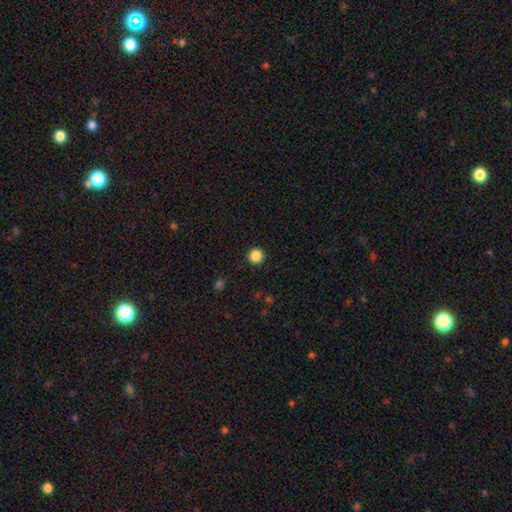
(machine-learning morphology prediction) Smooth or featured? Predicted: smooth (p=0.87). How rounded? Predicted: round (p=0.96). Merging? Predicted: none (p=0.93).